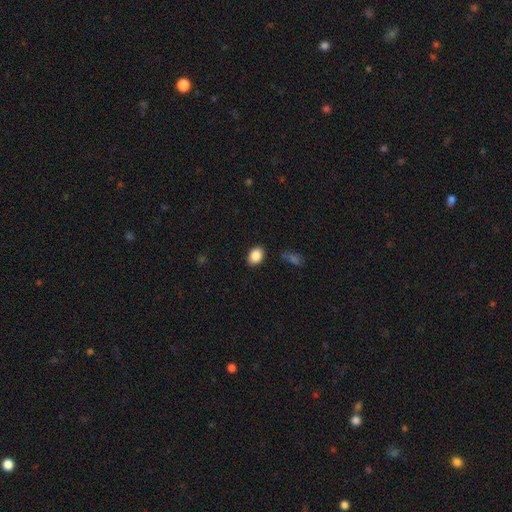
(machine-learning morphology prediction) A smooth galaxy with no disk features (87%) that is in between round and cigar-shaped (77%).

Vote fractions:
- Smooth or featured? smooth: 87% / star or artifact: 8% / featured or disk: 5%
- How rounded? in between: 77% / round: 22% / cigar-shaped: 1%
- Merging? none: 86% / minor disturbance: 10% / major disturbance: 3% / merger: 2%